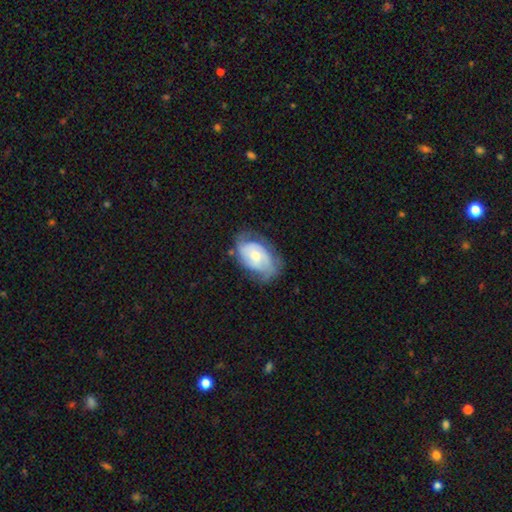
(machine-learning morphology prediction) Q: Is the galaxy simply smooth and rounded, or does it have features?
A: featured or disk — 64%.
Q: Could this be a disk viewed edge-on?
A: no — 96%.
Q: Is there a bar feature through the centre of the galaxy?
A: no — 68%.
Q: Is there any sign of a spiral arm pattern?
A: yes — 82%.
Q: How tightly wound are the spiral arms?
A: tight — 43%.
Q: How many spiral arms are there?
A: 2 — 46%.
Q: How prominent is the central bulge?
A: moderate — 52%.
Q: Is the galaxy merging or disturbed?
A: none — 54%.